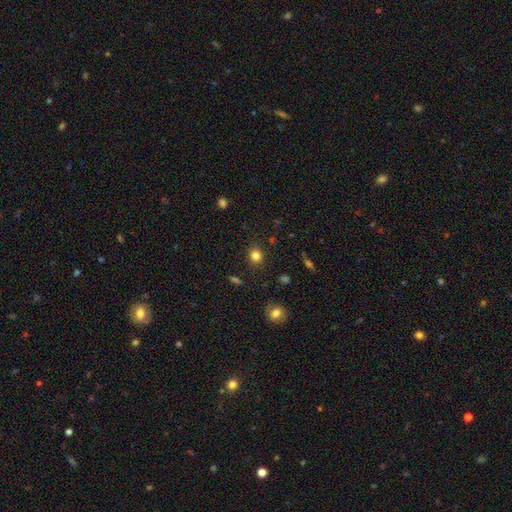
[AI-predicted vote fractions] smooth-or-featured: smooth: 82% | star or artifact: 13% | featured or disk: 6%
  how-rounded: round: 80% | in between: 19% | cigar-shaped: 1%
  merging: none: 88% | minor disturbance: 8% | major disturbance: 3% | merger: 2%